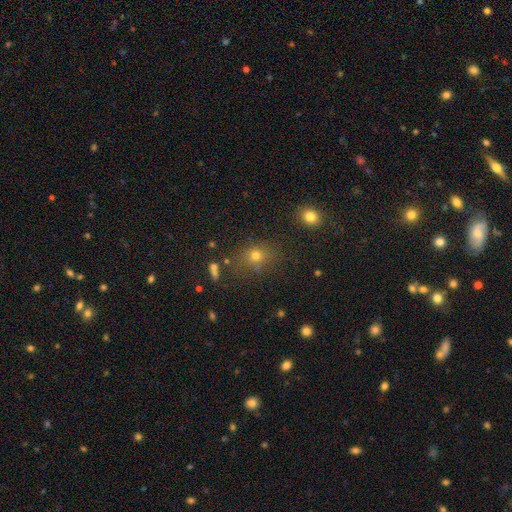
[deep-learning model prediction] A smooth galaxy with no disk features (69%) that is round (58%).

Vote fractions:
- Smooth or featured? smooth: 69% / star or artifact: 21% / featured or disk: 10%
- How rounded? round: 58% / in between: 41% / cigar-shaped: 2%
- Merging? none: 74% / minor disturbance: 14% / merger: 7% / major disturbance: 6%